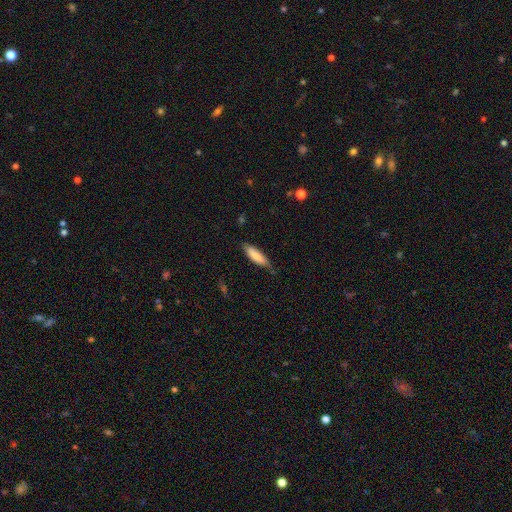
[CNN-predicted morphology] Smooth or featured?
  - smooth: 81% *
  - featured or disk: 13%
  - star or artifact: 6%
How rounded?
  - cigar-shaped: 56% *
  - in between: 42%
  - round: 1%
Merging?
  - none: 70% *
  - minor disturbance: 25%
  - major disturbance: 4%
  - merger: 2%